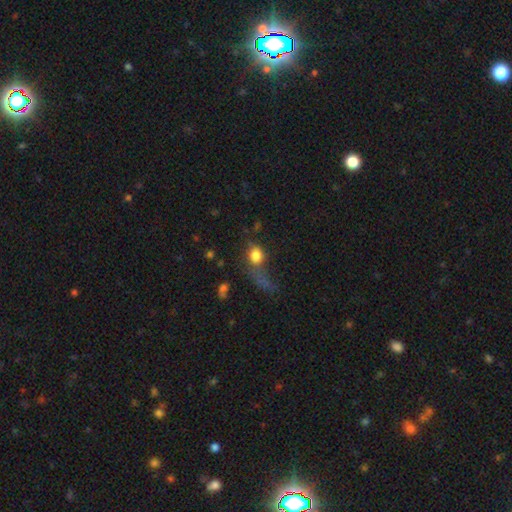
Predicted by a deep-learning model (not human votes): Smooth or featured: smooth — 75% (featured or disk — 13%)
How rounded: round — 48% (tied with in between — 48%)
Merging: major disturbance — 48% (none — 25%)